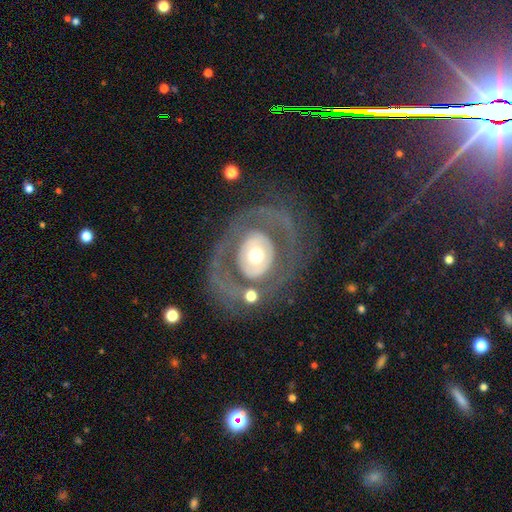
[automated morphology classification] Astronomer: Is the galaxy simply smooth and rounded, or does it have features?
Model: featured or disk — 64%.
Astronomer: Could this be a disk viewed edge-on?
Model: no — 95%.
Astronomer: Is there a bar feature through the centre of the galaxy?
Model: no — 84%.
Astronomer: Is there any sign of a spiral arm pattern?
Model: no — 72%.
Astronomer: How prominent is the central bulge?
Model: moderate — 61%.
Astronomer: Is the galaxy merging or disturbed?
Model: none — 69%.